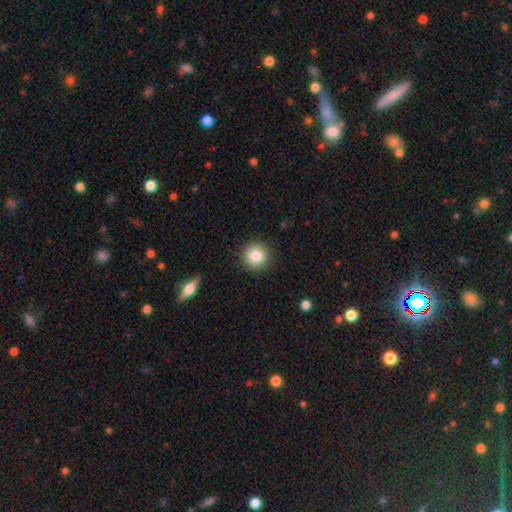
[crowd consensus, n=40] Volunteers were most divided on "smooth or featured": smooth: 80%, star or artifact: 12%, featured or disk: 8%. More confident: merging — none (89%); how rounded — round (88%).